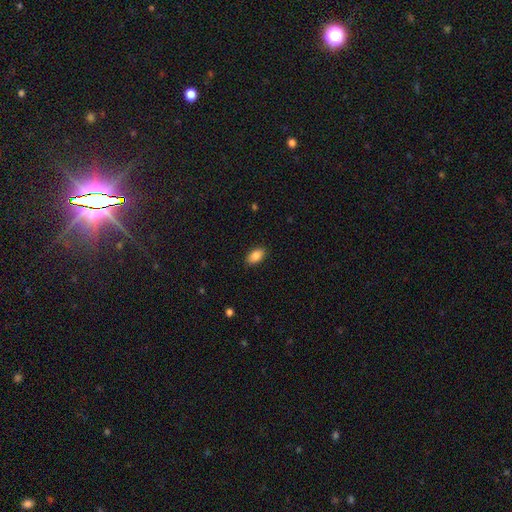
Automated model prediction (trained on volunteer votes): This is clearly a smooth galaxy (87%). How rounded: clearly in between (92%). Merging: clearly none (88%).